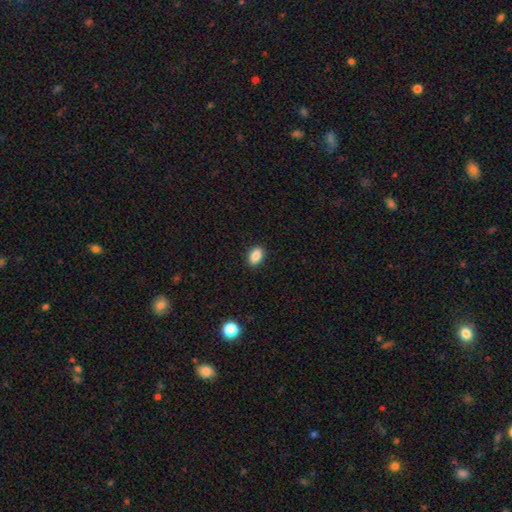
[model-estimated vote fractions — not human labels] This appears to be a smooth galaxy with no disk features (87%) that is in between round and cigar-shaped (87%). Merging: none (90%).